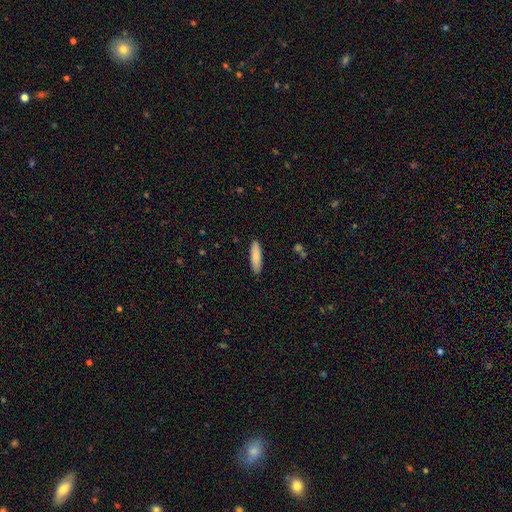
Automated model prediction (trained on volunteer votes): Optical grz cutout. It shows a smooth galaxy with no disk features (86%) that is cigar-shaped (68%). Merging: none (90%).